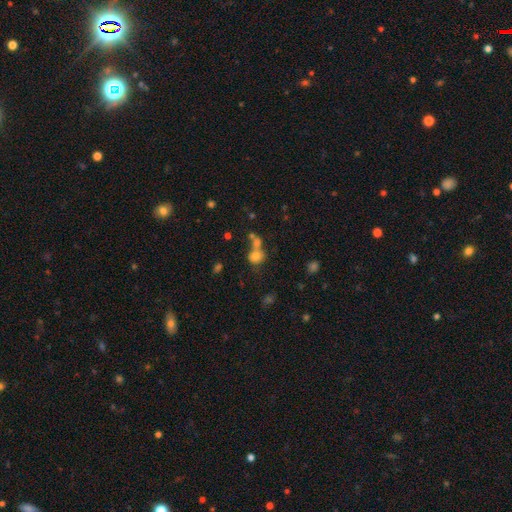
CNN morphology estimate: smooth 75%, star or artifact 14%, featured or disk 11%. Down the decision tree: how rounded — round (68%); merging — merger (46%).